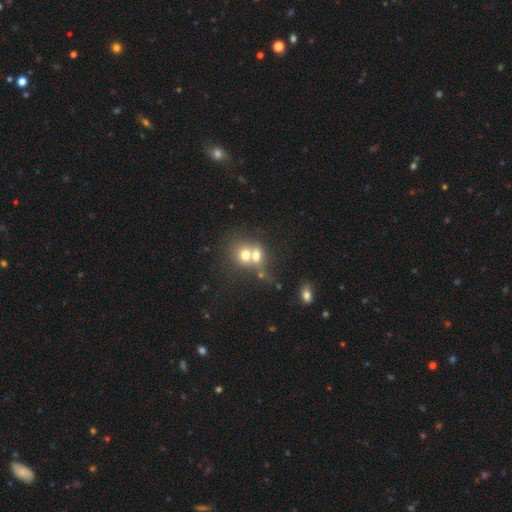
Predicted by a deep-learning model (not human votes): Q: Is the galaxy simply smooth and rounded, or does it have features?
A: smooth — 65%.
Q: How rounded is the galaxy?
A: round — 64%.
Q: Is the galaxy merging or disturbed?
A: merger — 70%.